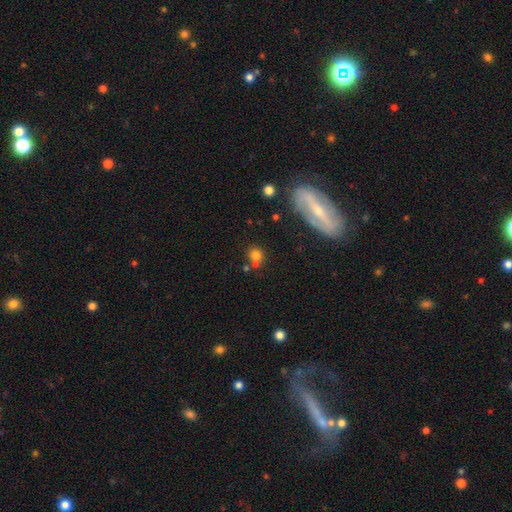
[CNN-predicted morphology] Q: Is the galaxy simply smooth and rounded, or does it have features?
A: smooth — 73%.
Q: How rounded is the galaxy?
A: round — 86%.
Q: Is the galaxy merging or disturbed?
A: none — 62%.